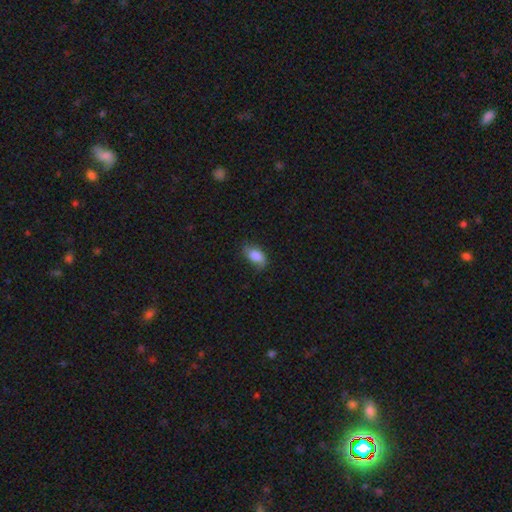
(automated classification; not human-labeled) Smooth or featured?
  - smooth: 82% *
  - featured or disk: 11%
  - star or artifact: 7%
How rounded?
  - in between: 91% *
  - round: 7%
  - cigar-shaped: 3%
Merging?
  - none: 64% *
  - minor disturbance: 27%
  - major disturbance: 7%
  - merger: 1%